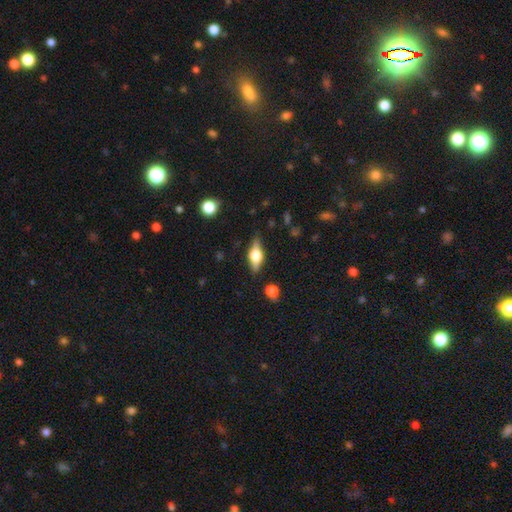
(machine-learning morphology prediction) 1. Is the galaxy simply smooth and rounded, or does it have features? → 56% featured or disk, 36% smooth, 8% star or artifact.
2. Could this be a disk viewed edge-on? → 93% yes, 7% no.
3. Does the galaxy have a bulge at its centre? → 92% rounded, 7% boxy, 1% none.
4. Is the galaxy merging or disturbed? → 83% none, 12% minor disturbance, 3% major disturbance, 2% merger.